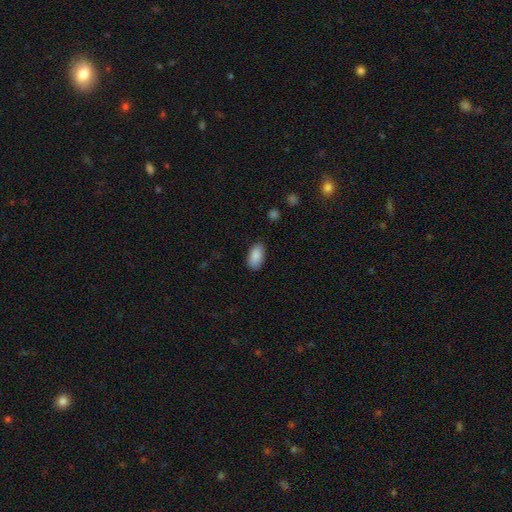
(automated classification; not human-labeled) This appears to be a smooth galaxy with no disk features (89%) that is in between round and cigar-shaped (94%). Merging: none (84%).